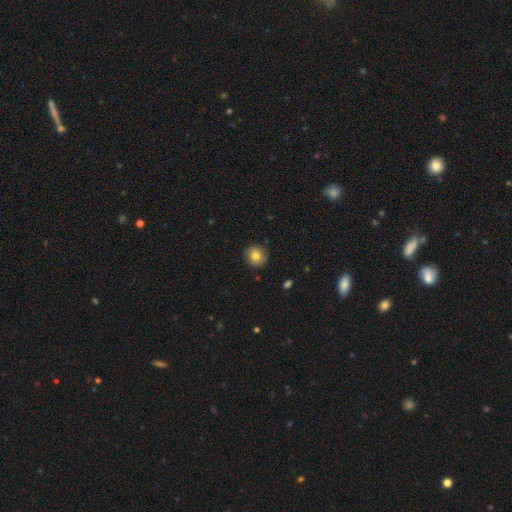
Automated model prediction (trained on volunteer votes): A smooth galaxy with no disk features (81%) that is round (93%).

Vote fractions:
- Smooth or featured? smooth: 81% / star or artifact: 10% / featured or disk: 9%
- How rounded? round: 93% / in between: 6% / cigar-shaped: 1%
- Merging? none: 89% / minor disturbance: 8% / major disturbance: 2% / merger: 1%